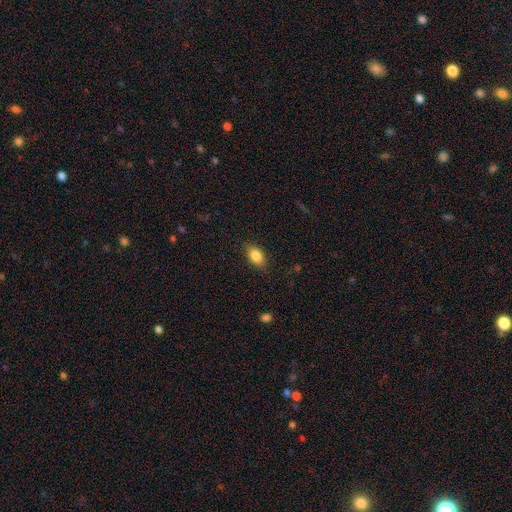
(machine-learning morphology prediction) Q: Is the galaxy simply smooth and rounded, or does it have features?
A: smooth — 86%.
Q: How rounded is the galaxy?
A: in between — 87%.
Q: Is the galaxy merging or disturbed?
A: none — 86%.